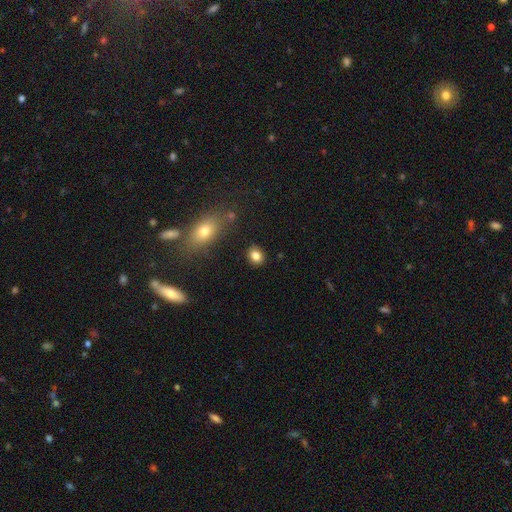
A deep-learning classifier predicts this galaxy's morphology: A smooth galaxy with no disk features (83%) that is round (56%).

Vote fractions:
- Smooth or featured? smooth: 83% / star or artifact: 10% / featured or disk: 7%
- How rounded? round: 56% / in between: 42% / cigar-shaped: 1%
- Merging? none: 85% / minor disturbance: 9% / merger: 3% / major disturbance: 3%